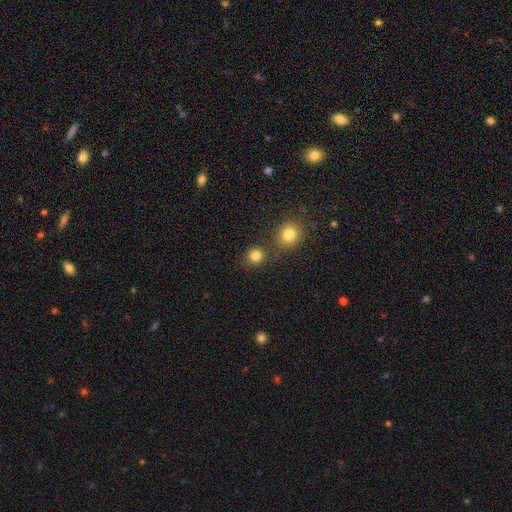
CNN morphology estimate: The model was most divided on "merging": none: 77%, merger: 12%, minor disturbance: 8%, major disturbance: 3%. More confident: how rounded — round (88%); smooth or featured — smooth (82%).